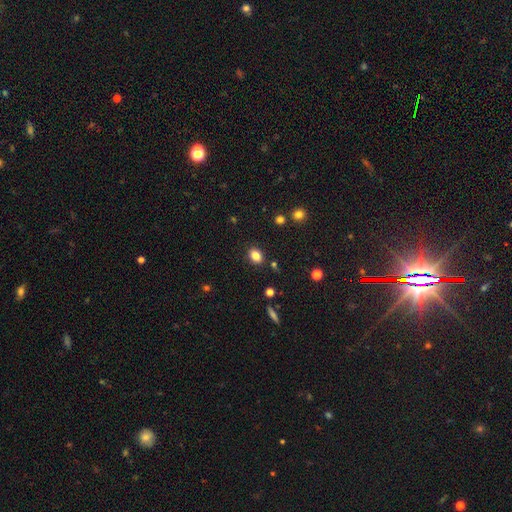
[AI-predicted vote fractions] Smooth or featured? Predicted: smooth (p=0.82). How rounded? Predicted: in between (p=0.65). Merging? Predicted: none (p=0.85).